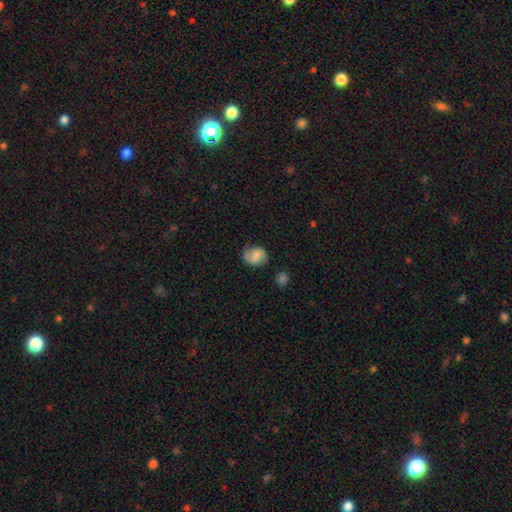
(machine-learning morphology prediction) Smooth or featured? featured or disk (56%)
Edge-on disk? no (98%)
Bar? weak (46%)
Spiral arms? yes (91%)
Spiral winding? medium (46%)
Spiral arm count? 2 (86%)
Bulge size? none (45%)
Merging? none (75%)